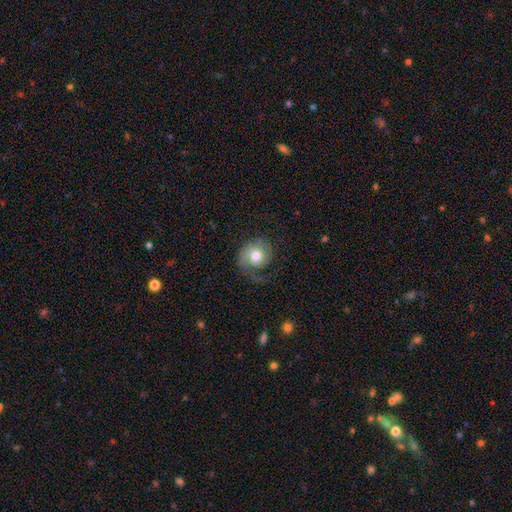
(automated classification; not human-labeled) Smooth or featured: featured or disk — 58% (smooth — 35%)
Edge-on disk: no — 97% (yes — 3%)
Bar: no — 77% (weak — 19%)
Spiral arms: yes — 87% (no — 13%)
Bulge size: moderate — 70% (large — 14%)
Merging: none — 49% (major disturbance — 30%)